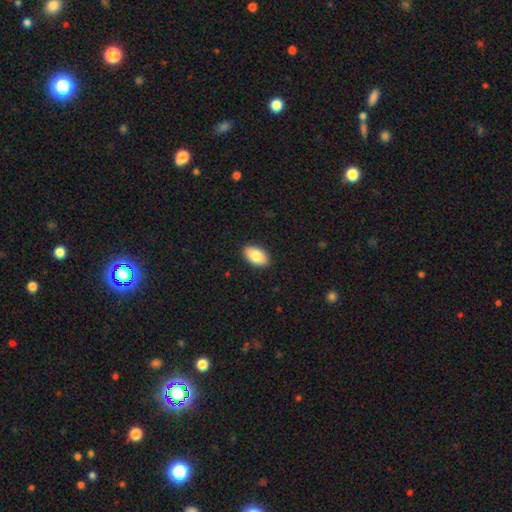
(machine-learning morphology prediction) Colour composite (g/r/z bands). It shows a smooth galaxy with no disk features (84%) that is in between round and cigar-shaped (94%). Merging: none (90%).